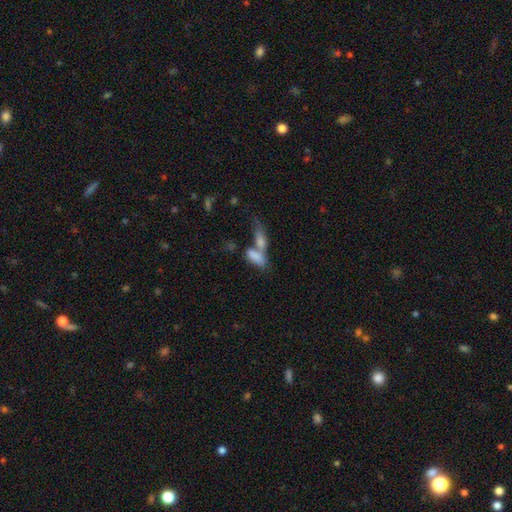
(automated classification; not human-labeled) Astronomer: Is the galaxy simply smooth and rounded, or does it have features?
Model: smooth — 74%.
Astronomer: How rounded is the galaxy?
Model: in between — 68%.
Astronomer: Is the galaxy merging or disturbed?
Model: merger — 64%.